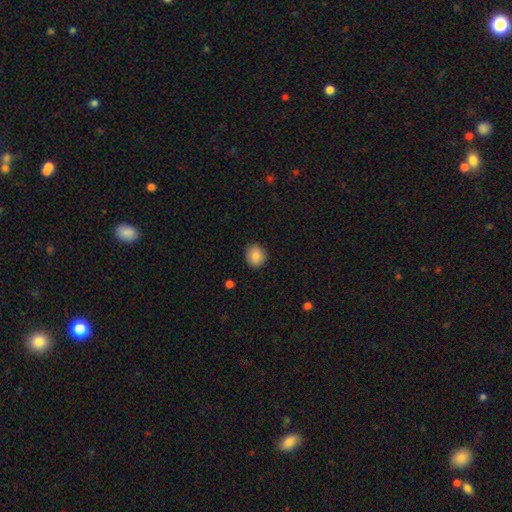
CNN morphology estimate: Overall: smooth (86%). How rounded: round (79%). Merging: none (89%).